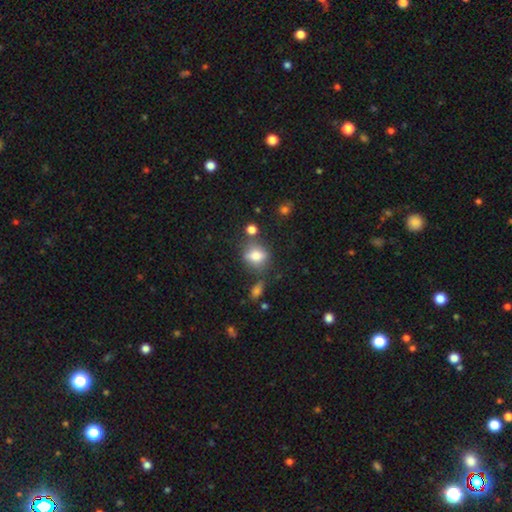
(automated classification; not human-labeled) Overall: smooth (68%). How rounded: in between (54%; round 42%). Merging: none (59%; minor disturbance 21%).